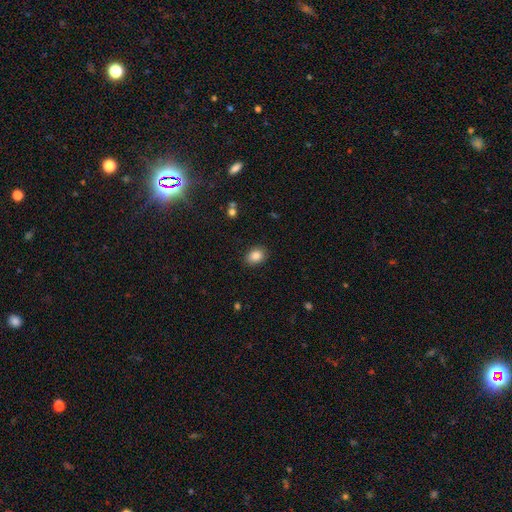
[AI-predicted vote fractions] This appears to be a smooth galaxy with no disk features (86%) that is in between round and cigar-shaped (64%). Merging: none (87%).